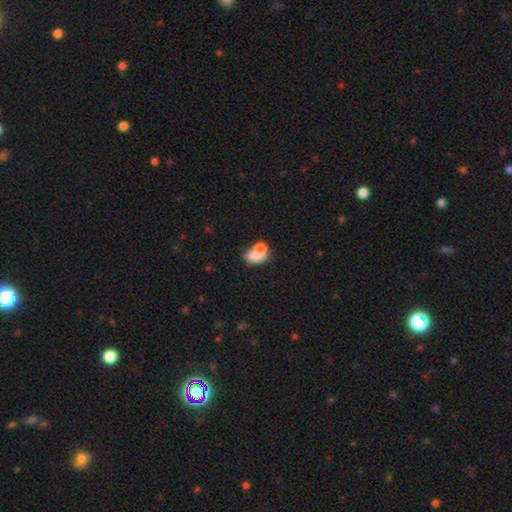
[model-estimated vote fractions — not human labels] Smooth or featured?
  - smooth: 71% *
  - featured or disk: 20%
  - star or artifact: 10%
How rounded?
  - in between: 66% *
  - round: 32%
  - cigar-shaped: 1%
Merging?
  - merger: 59% *
  - none: 20%
  - minor disturbance: 11%
  - major disturbance: 9%